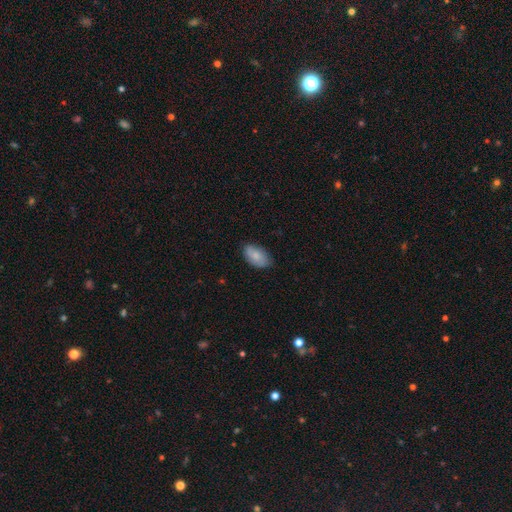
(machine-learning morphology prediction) This appears to be a smooth galaxy with no disk features (78%) that is in between round and cigar-shaped (93%). Merging: none (75%).